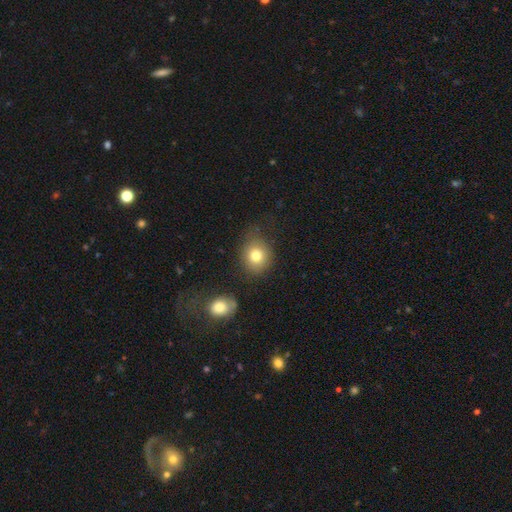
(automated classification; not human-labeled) Smooth or featured?
  - smooth: 79% *
  - star or artifact: 11%
  - featured or disk: 10%
How rounded?
  - round: 70% *
  - in between: 29%
  - cigar-shaped: 1%
Merging?
  - none: 71% *
  - minor disturbance: 17%
  - major disturbance: 6%
  - merger: 6%